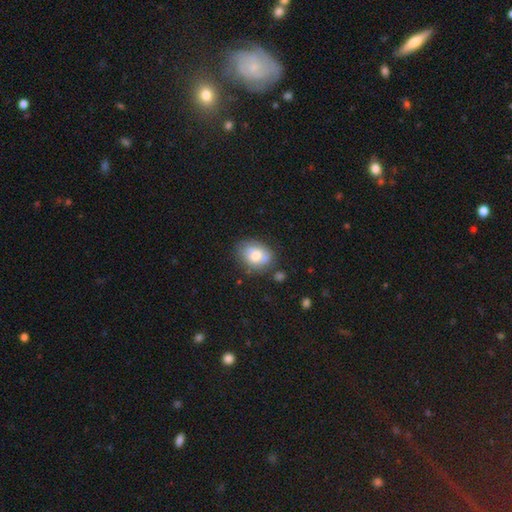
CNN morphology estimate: Q: Smooth or featured?
A: smooth (67%); runner-up: featured or disk (25%)
Q: How rounded?
A: in between (65%); runner-up: round (33%)
Q: Merging?
A: none (71%); runner-up: minor disturbance (20%)